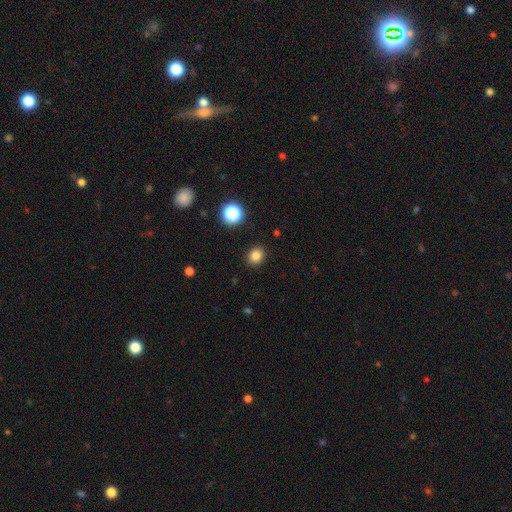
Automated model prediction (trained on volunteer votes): This appears to be a smooth galaxy with no disk features (82%) that is round (66%). Merging: none (90%).